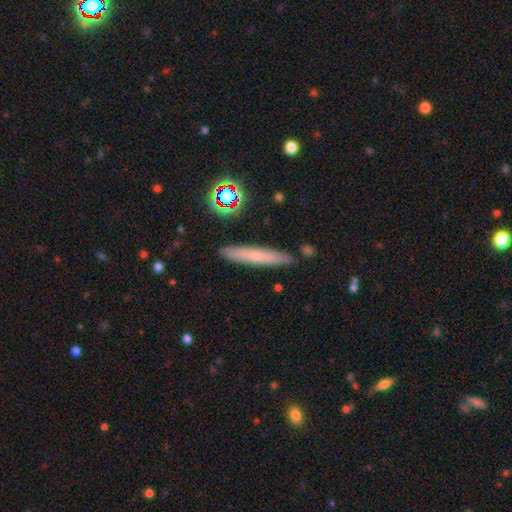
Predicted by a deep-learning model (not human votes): This is possibly a smooth galaxy (56%). How rounded: clearly cigar-shaped (92%). Merging: clearly none (87%).